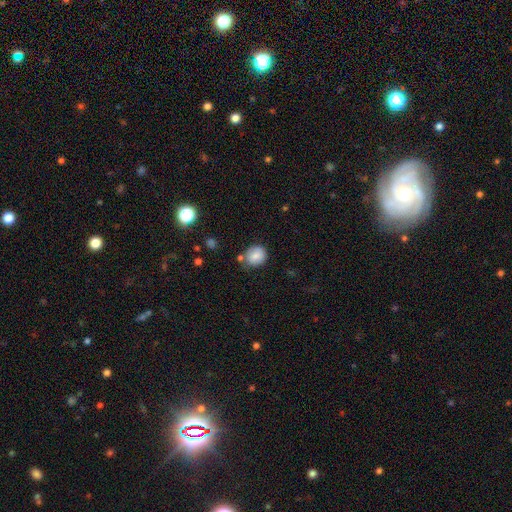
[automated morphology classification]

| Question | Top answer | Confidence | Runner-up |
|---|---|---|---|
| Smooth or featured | smooth | 81% | featured or disk (11%) |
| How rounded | round | 77% | in between (22%) |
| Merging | none | 70% | minor disturbance (17%) |